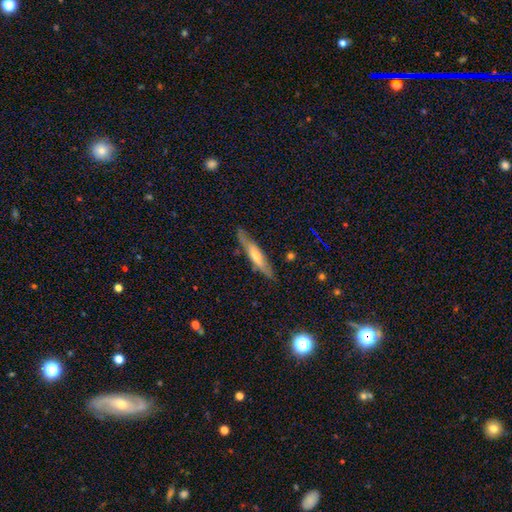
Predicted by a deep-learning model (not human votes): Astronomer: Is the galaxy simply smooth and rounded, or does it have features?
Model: featured or disk — 50% (runner-up: smooth, 43%).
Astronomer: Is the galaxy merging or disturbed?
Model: none — 81%.